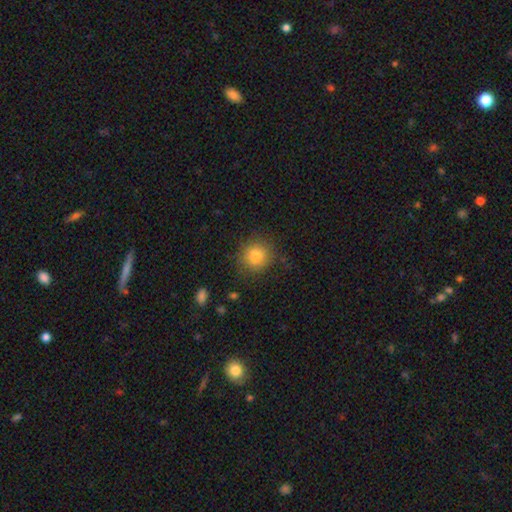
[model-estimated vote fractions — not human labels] This is clearly a smooth galaxy (81%). How rounded: clearly round (89%). Merging: clearly none (84%).